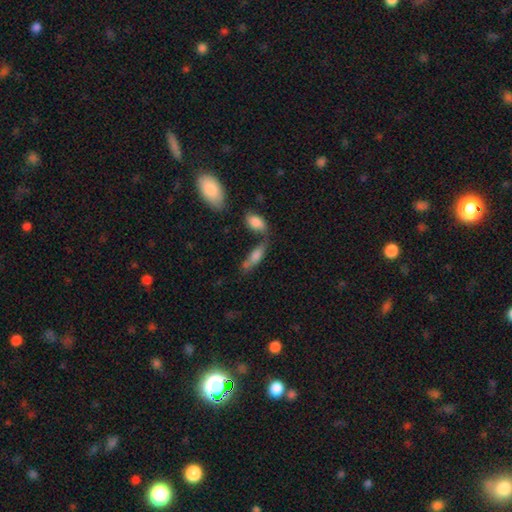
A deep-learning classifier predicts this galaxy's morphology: smooth 70%, featured or disk 21%, star or artifact 8%. Down the decision tree: how rounded — in between (55%); merging — none (48%).